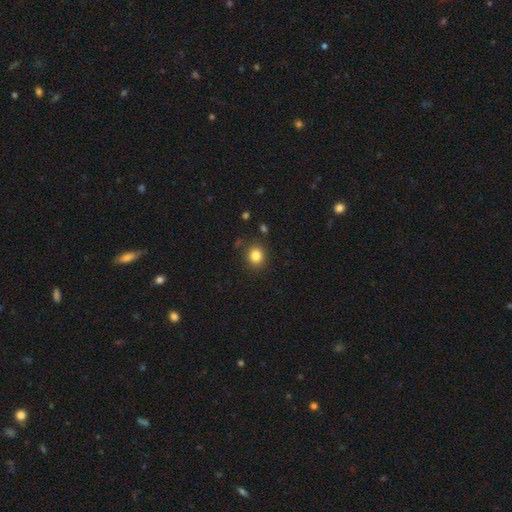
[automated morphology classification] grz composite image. It shows a smooth galaxy with no disk features (83%) that is round (79%). Merging: none (86%).